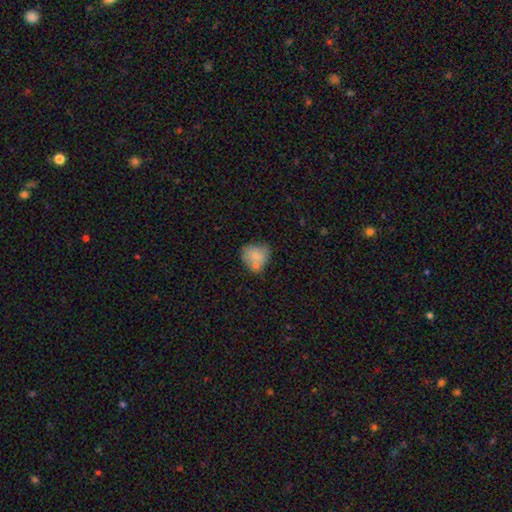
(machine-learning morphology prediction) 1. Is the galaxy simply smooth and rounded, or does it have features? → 73% smooth, 18% featured or disk, 9% star or artifact.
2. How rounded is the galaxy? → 68% round, 31% in between, 1% cigar-shaped.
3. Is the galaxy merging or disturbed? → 45% none, 27% merger, 21% minor disturbance, 7% major disturbance.